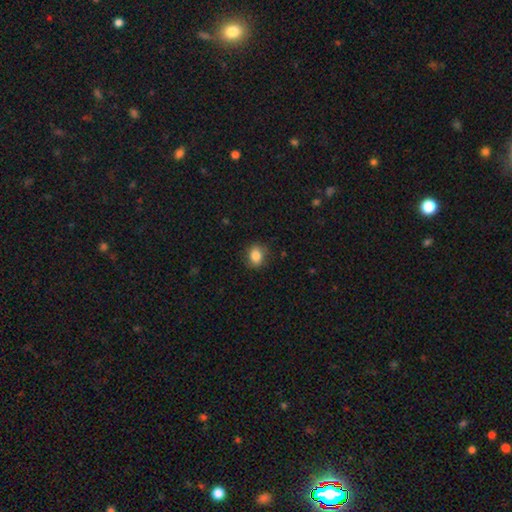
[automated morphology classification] Smooth or featured? Predicted: smooth (p=0.85). How rounded? Predicted: round (p=0.51). Merging? Predicted: none (p=0.83).